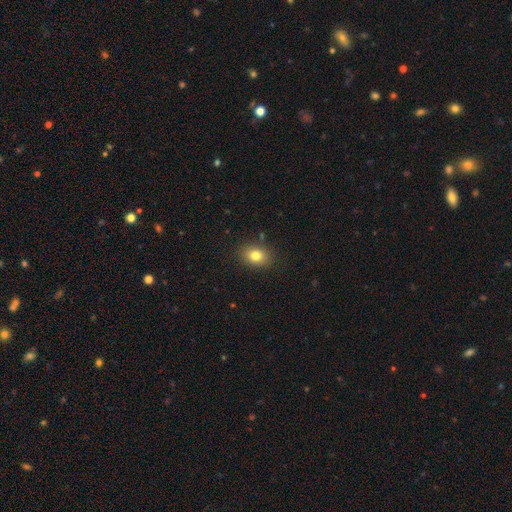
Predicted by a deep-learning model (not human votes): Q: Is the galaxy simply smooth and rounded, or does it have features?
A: smooth — 80%.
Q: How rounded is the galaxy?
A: in between — 57%.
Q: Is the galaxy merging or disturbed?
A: none — 87%.